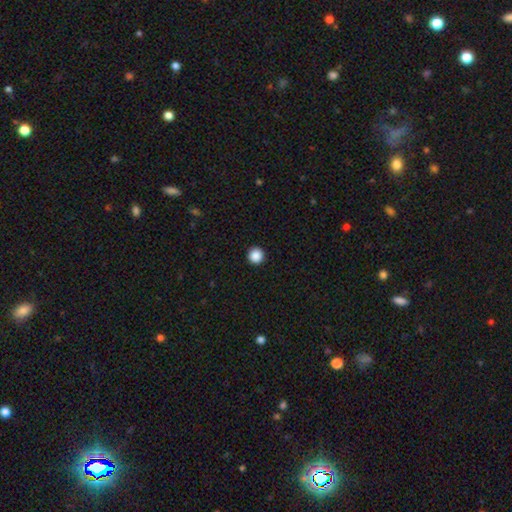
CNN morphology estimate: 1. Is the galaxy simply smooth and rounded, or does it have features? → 88% smooth, 9% star or artifact, 2% featured or disk.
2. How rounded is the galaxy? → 96% round, 3% in between, 1% cigar-shaped.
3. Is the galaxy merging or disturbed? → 93% none, 4% minor disturbance, 1% major disturbance, 1% merger.